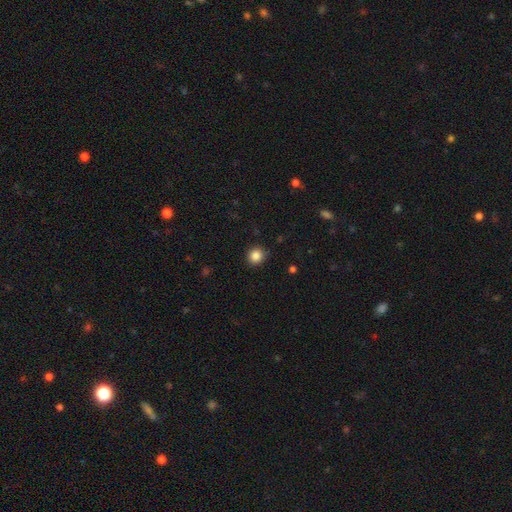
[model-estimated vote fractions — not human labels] A smooth galaxy with no disk features (85%) that is round (88%). Merging: none (89%).